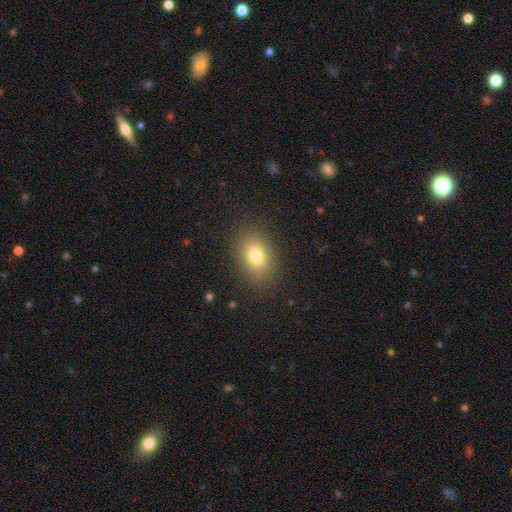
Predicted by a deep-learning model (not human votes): This is likely a smooth galaxy (77%). How rounded: likely in between (72%). Merging: clearly none (86%).